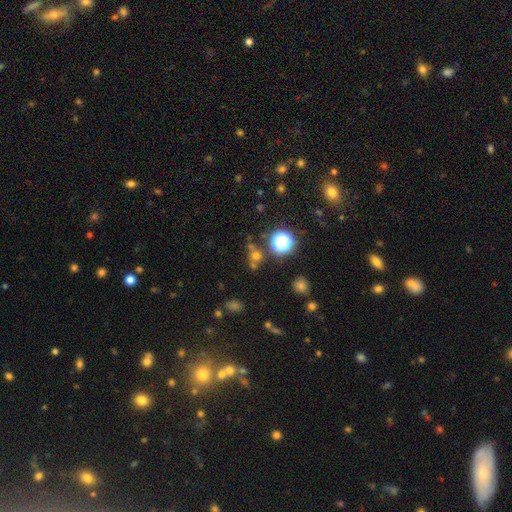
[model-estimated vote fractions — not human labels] This is possibly a smooth galaxy (57%). How rounded: clearly round (85%). Merging: likely none (64%).